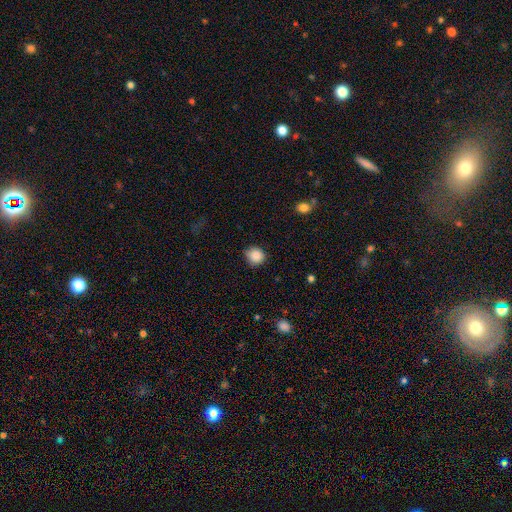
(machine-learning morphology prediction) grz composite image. It shows a smooth galaxy with no disk features (87%) that is round (88%). Merging: none (81%).